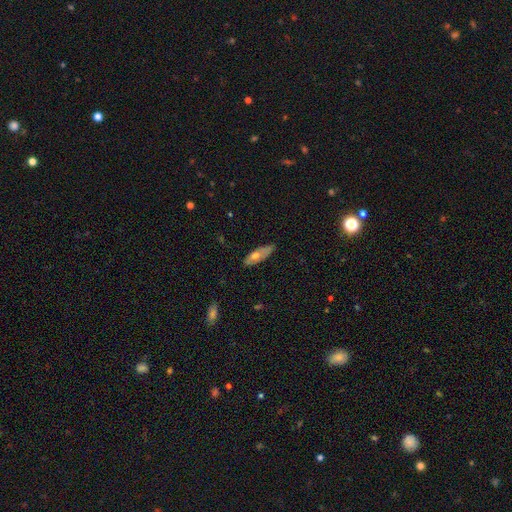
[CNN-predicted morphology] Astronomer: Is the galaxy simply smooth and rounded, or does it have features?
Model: smooth — 62%.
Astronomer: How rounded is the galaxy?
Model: in between — 61% (runner-up: cigar-shaped, 37%).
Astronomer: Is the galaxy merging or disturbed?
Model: none — 70%.